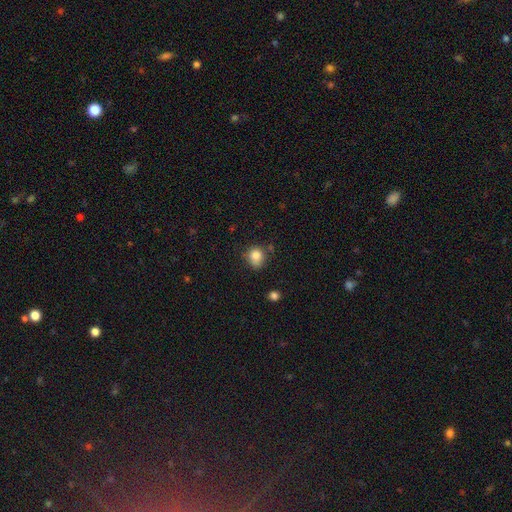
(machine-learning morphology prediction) The model was most divided on "merging": none: 69%, minor disturbance: 22%, merger: 5%, major disturbance: 5%. More confident: smooth or featured — smooth (83%); how rounded — round (76%).